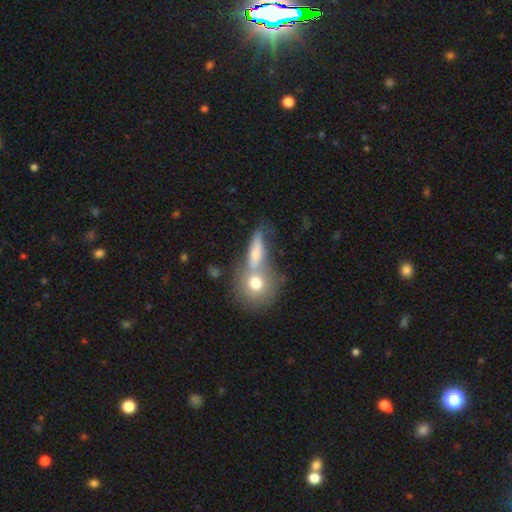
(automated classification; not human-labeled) Overall: smooth (51%; featured or disk 37%). How rounded: cigar-shaped (37%; in between 34%). Merging: merger (45%; none 38%).